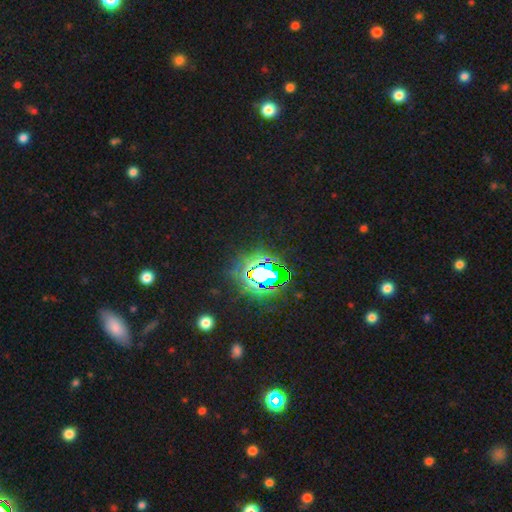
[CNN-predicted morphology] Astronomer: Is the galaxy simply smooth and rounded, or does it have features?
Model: star or artifact — 78%.